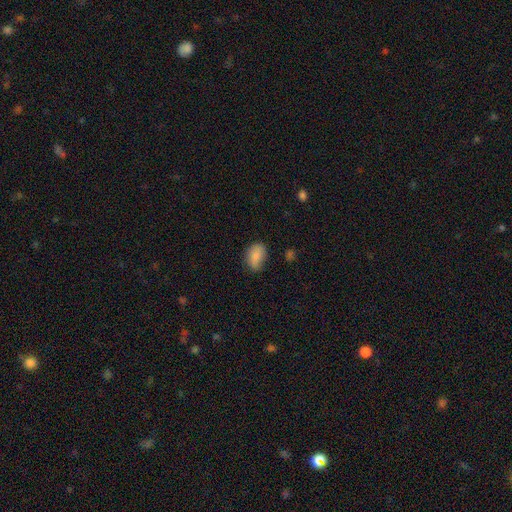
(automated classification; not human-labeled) A smooth galaxy with no disk features (85%) that is in between round and cigar-shaped (84%).

Vote fractions:
- Smooth or featured? smooth: 85% / star or artifact: 8% / featured or disk: 7%
- How rounded? in between: 84% / round: 14% / cigar-shaped: 2%
- Merging? none: 66% / minor disturbance: 27% / major disturbance: 5% / merger: 2%